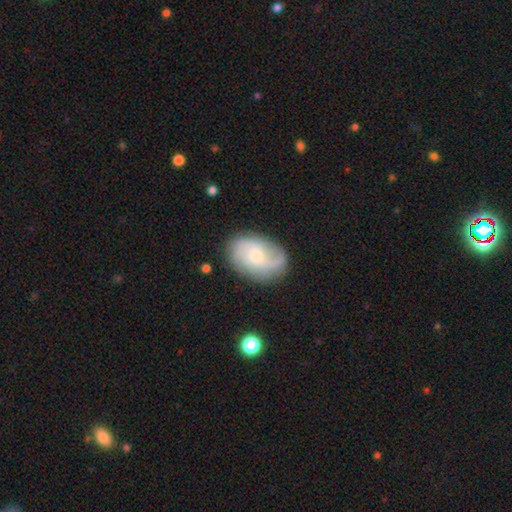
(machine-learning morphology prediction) featured or disk 64%, smooth 29%, star or artifact 7%. Down the decision tree: edge-on disk — no (96%); bar — no (61%); spiral arms — yes (90%); spiral arm count — 2 (57%); spiral winding — loose (41%); bulge size — small (52%); merging — none (75%).